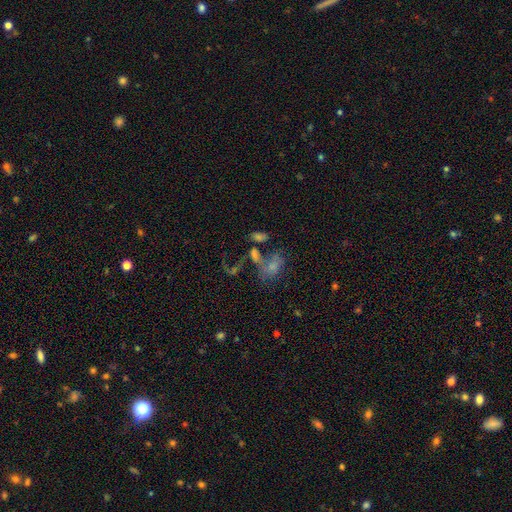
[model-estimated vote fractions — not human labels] Smooth or featured? smooth (40%)
Merging? none (37%)